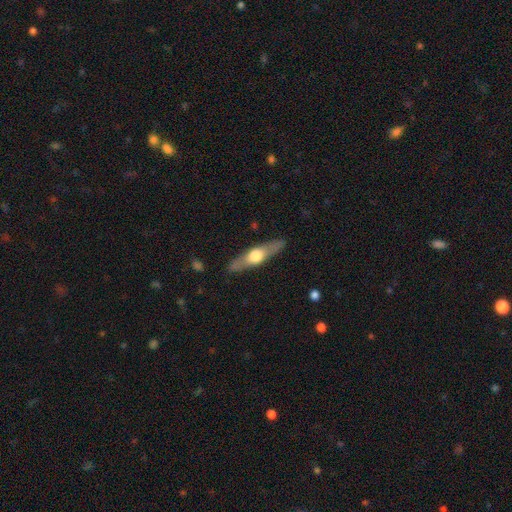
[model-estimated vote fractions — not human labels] Overall: featured or disk (59%; smooth 36%). Edge-on disk: yes (91%). Edge-on bulge: rounded (94%). Merging: none (88%).